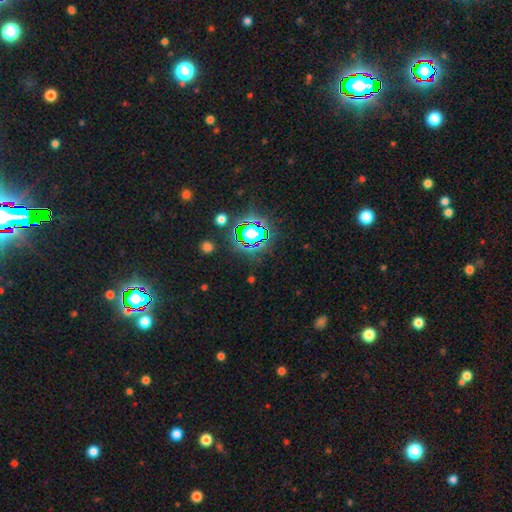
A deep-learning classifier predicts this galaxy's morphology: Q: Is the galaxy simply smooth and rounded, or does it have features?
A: star or artifact — 82%.